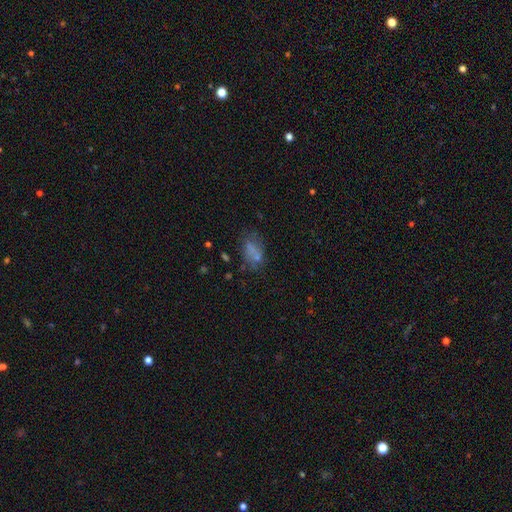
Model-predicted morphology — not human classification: Smooth or featured: smooth — 52% (featured or disk — 26%)
How rounded: in between — 82% (round — 13%)
Merging: none — 51% (minor disturbance — 21%)